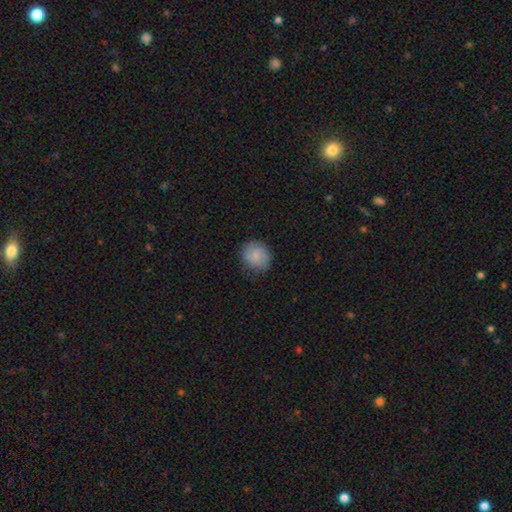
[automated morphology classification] Overall: smooth (81%). How rounded: round (83%). Merging: none (74%).